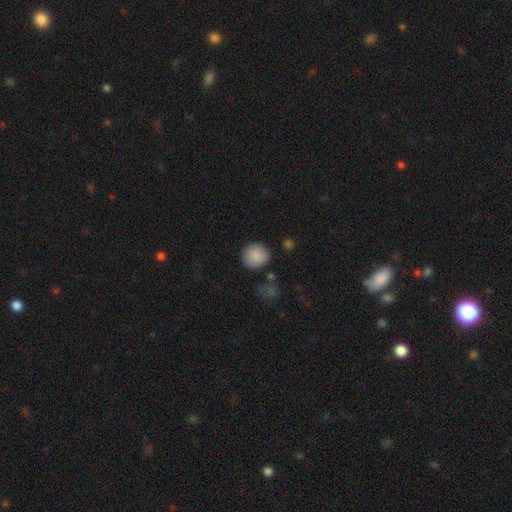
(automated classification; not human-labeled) A smooth galaxy with no disk features (88%) that is round (88%).

Vote fractions:
- Smooth or featured? smooth: 88% / star or artifact: 8% / featured or disk: 4%
- How rounded? round: 88% / in between: 11% / cigar-shaped: 1%
- Merging? none: 84% / minor disturbance: 10% / merger: 3% / major disturbance: 3%